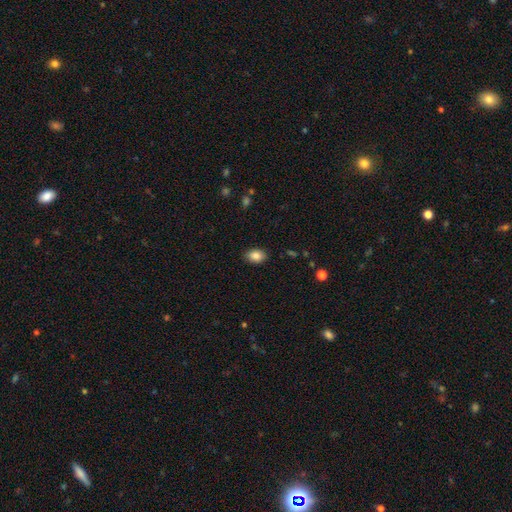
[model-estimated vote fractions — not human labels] Q: Smooth or featured?
A: smooth (86%); runner-up: star or artifact (8%)
Q: How rounded?
A: in between (79%); runner-up: round (20%)
Q: Merging?
A: none (86%); runner-up: minor disturbance (10%)